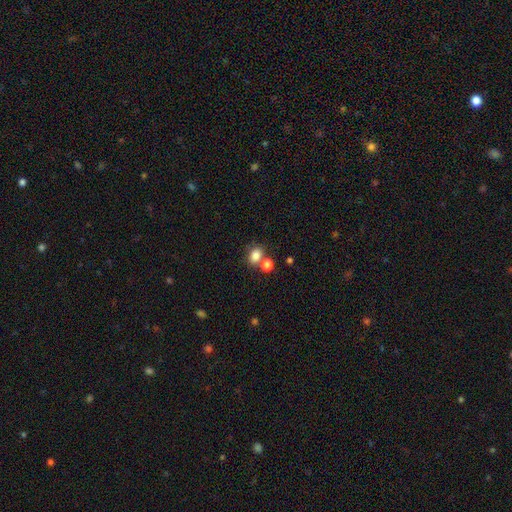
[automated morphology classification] This is clearly a smooth galaxy (81%). How rounded: possibly in between (51%). Merging: possibly none (59%).